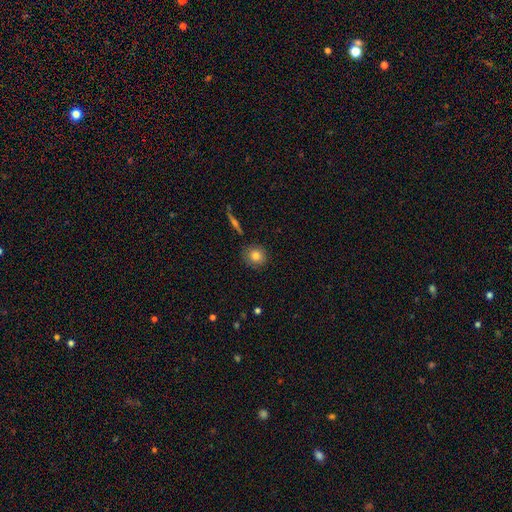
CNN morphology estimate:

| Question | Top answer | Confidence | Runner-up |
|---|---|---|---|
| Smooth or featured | smooth | 79% | featured or disk (11%) |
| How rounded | round | 86% | in between (12%) |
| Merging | none | 86% | minor disturbance (10%) |